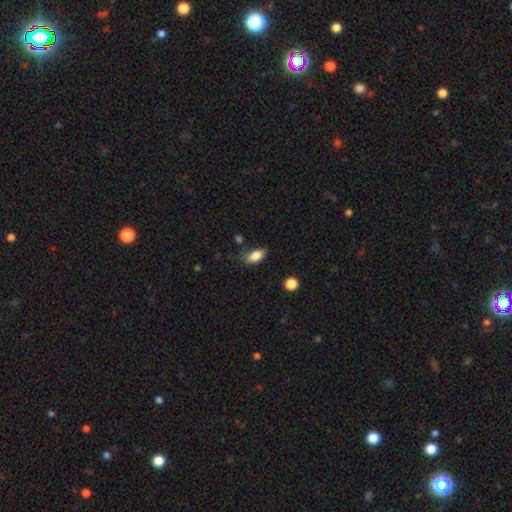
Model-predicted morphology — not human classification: Overall: smooth (83%). How rounded: in between (88%). Merging: none (66%).